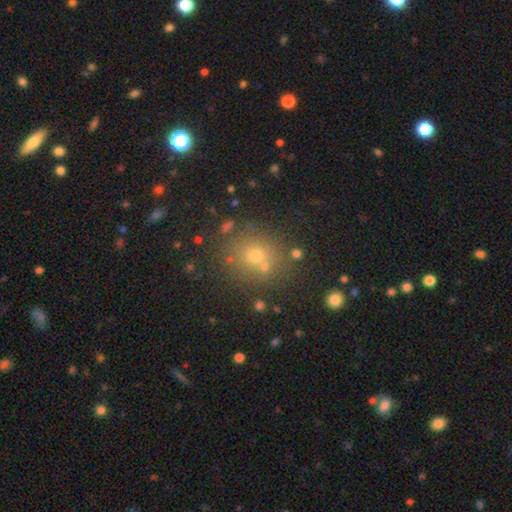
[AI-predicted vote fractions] Smooth or featured? Predicted: smooth (p=0.63). How rounded? Predicted: round (p=0.83). Merging? Predicted: none (p=0.72).